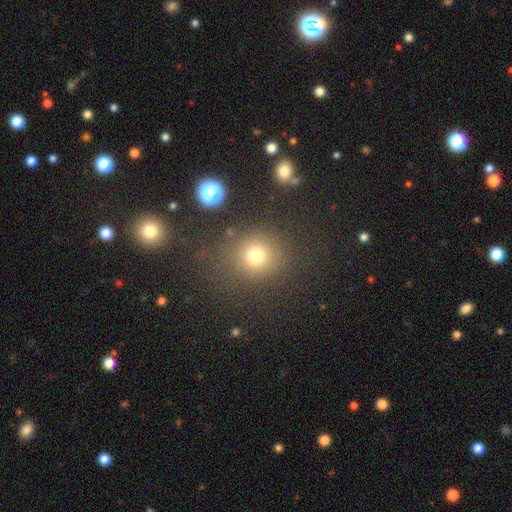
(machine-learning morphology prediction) smooth-or-featured: smooth: 75% | star or artifact: 18% | featured or disk: 7%
  how-rounded: round: 85% | in between: 14% | cigar-shaped: 1%
  merging: none: 79% | minor disturbance: 11% | major disturbance: 6% | merger: 4%